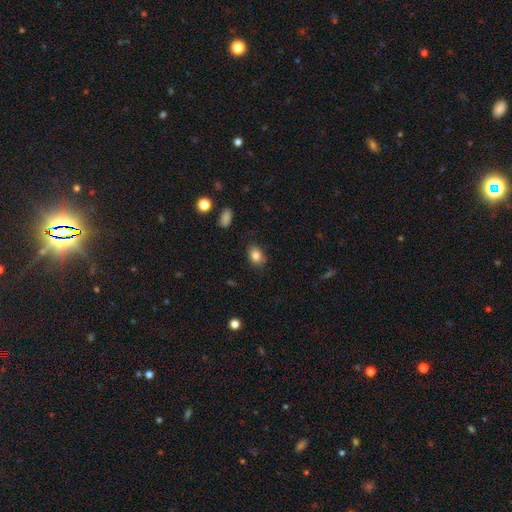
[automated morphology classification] Smooth or featured? smooth (85%)
How rounded? in between (74%)
Merging? none (82%)